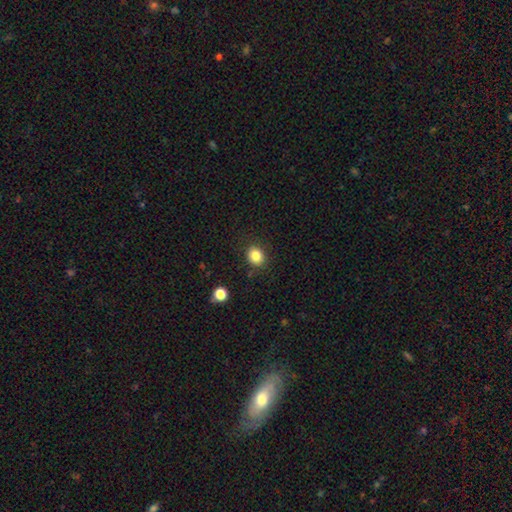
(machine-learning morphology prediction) Overall: smooth (84%). How rounded: round (62%; in between 38%). Merging: none (85%).